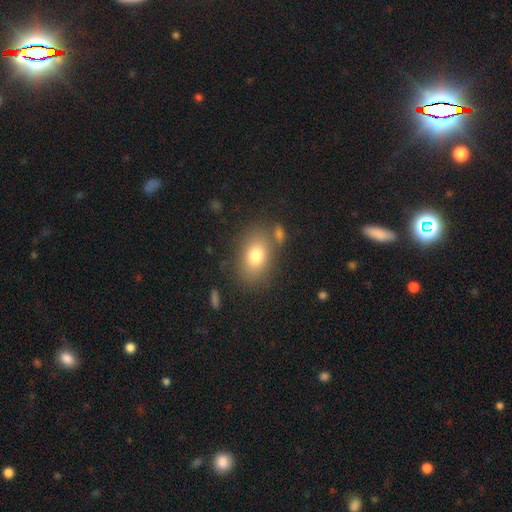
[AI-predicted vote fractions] Smooth or featured?
  - smooth: 77% *
  - featured or disk: 13%
  - star or artifact: 10%
How rounded?
  - in between: 81% *
  - round: 18%
  - cigar-shaped: 2%
Merging?
  - none: 74% *
  - minor disturbance: 13%
  - merger: 9%
  - major disturbance: 5%